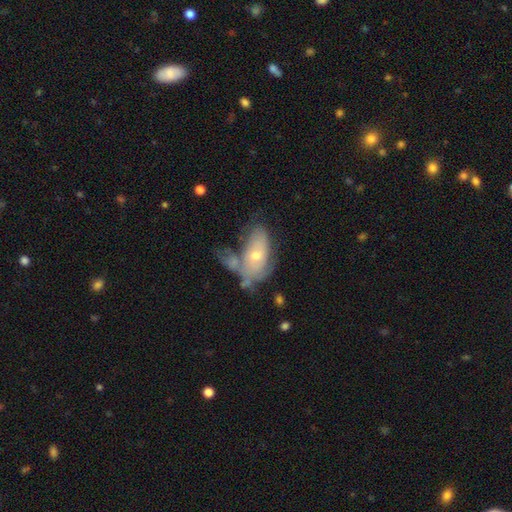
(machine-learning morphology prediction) Smooth or featured? featured or disk (53%)
Edge-on disk? no (90%)
Merging? none (30%)